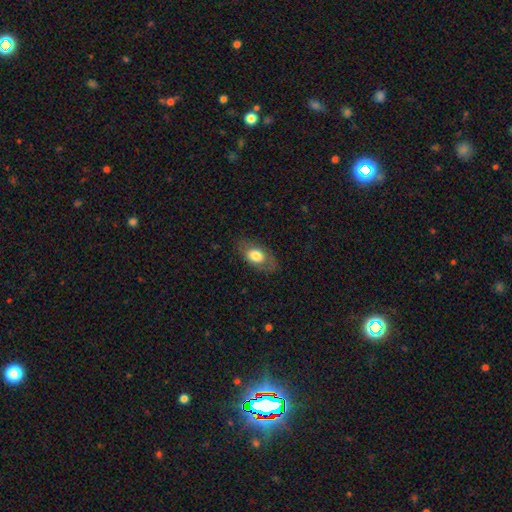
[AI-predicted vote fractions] smooth_or_featured: smooth (p=0.70) [alt: featured or disk p=0.23]
how_rounded: in between (p=0.87) [alt: round p=0.10]
merging: none (p=0.76) [alt: minor disturbance p=0.17]